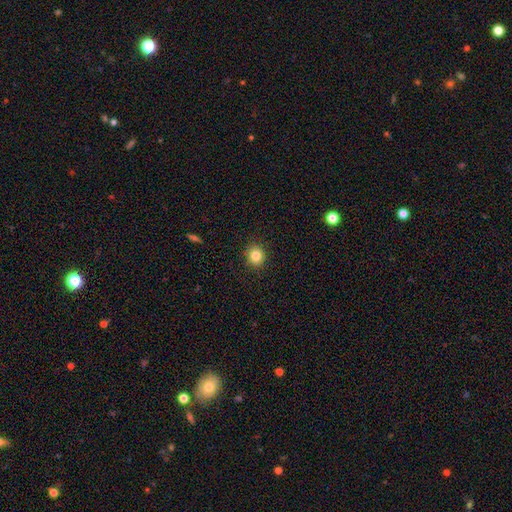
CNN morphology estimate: smooth-or-featured: smooth: 83% | star or artifact: 11% | featured or disk: 6%
  how-rounded: round: 84% | in between: 15% | cigar-shaped: 1%
  merging: none: 91% | minor disturbance: 7% | major disturbance: 2% | merger: 1%